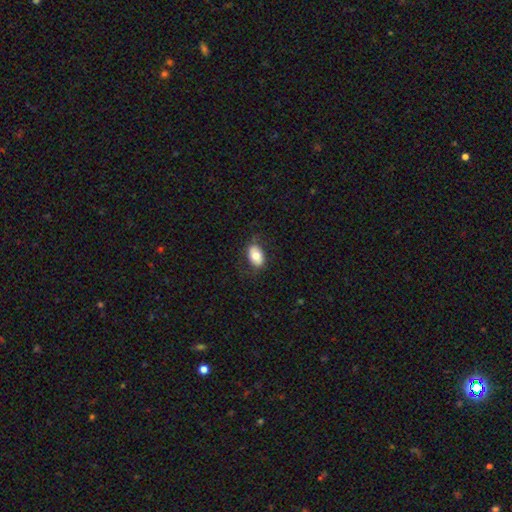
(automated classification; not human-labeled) Smooth or featured?
  - smooth: 73% *
  - featured or disk: 20%
  - star or artifact: 7%
How rounded?
  - in between: 89% *
  - round: 9%
  - cigar-shaped: 1%
Merging?
  - none: 77% *
  - minor disturbance: 16%
  - major disturbance: 6%
  - merger: 1%